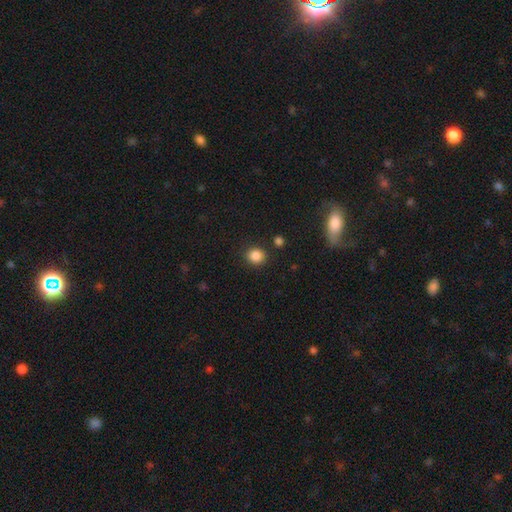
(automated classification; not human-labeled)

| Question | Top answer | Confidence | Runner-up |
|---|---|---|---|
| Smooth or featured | smooth | 86% | star or artifact (11%) |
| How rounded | round | 82% | in between (17%) |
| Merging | none | 87% | minor disturbance (8%) |